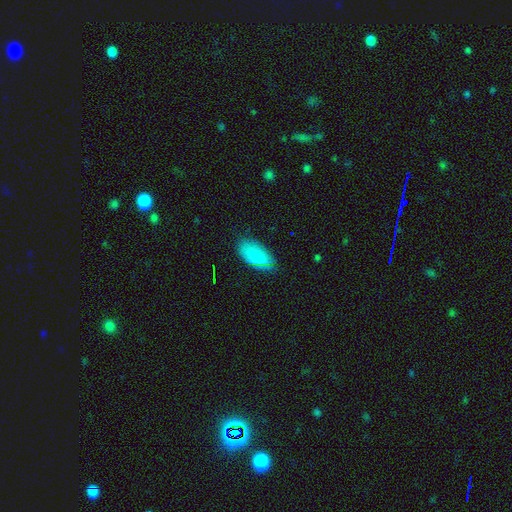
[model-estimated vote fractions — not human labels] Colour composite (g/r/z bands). It shows a smooth galaxy with no disk features (81%) that is in between round and cigar-shaped (93%). Merging: none (78%).